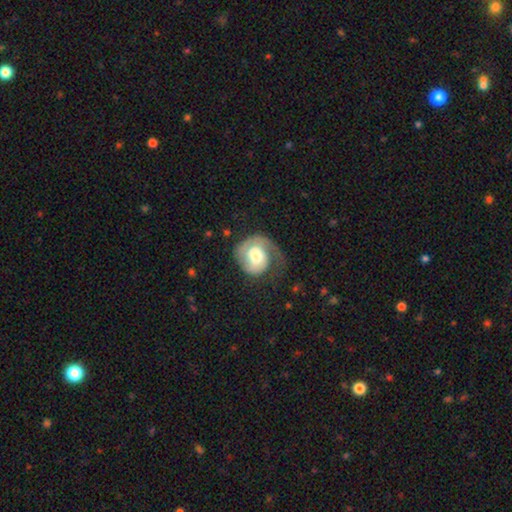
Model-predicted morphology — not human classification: A featured or disk galaxy (65%) with no bar (65%), 1 (75%) tight (42%) spiral arms (88%) and a moderate central bulge (43%). Merging: none (42%).